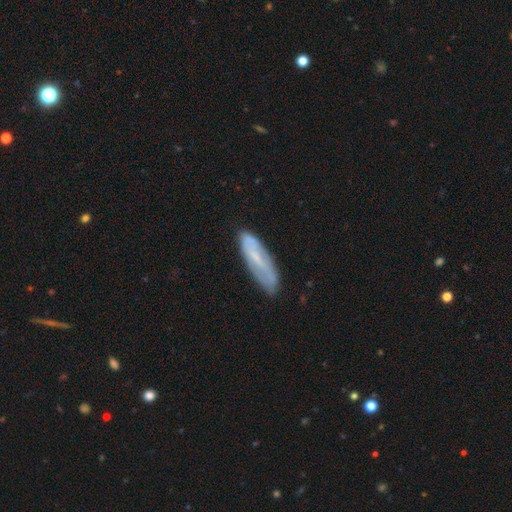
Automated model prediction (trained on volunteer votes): smooth-or-featured: featured or disk: 48% | smooth: 45% | star or artifact: 7%
  merging: none: 76% | minor disturbance: 18% | major disturbance: 4% | merger: 2%